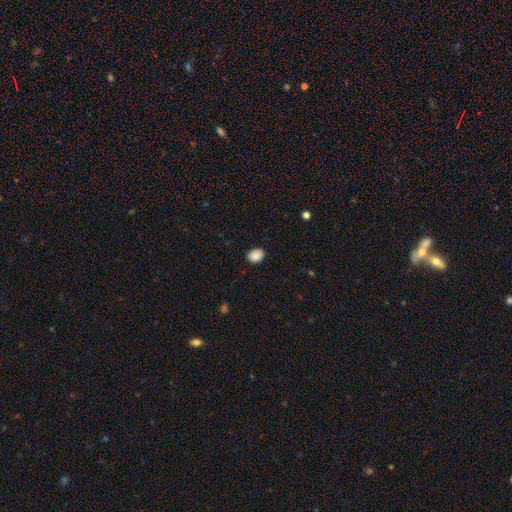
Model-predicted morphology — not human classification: The model was most divided on "how rounded": in between: 62%, round: 37%, cigar-shaped: 1%. More confident: merging — none (87%); smooth or featured — smooth (87%).